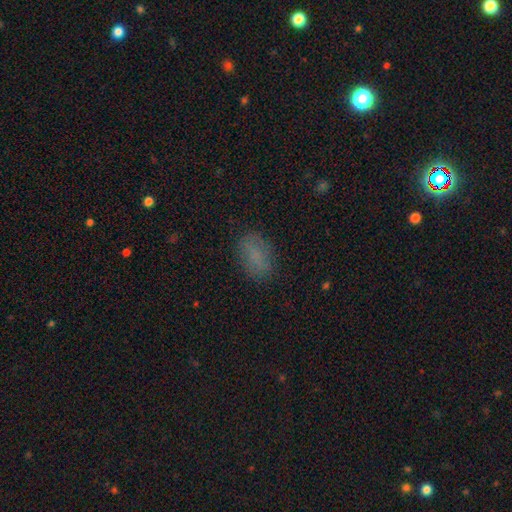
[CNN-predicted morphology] Smooth or featured? smooth (79%)
How rounded? in between (88%)
Merging? none (81%)